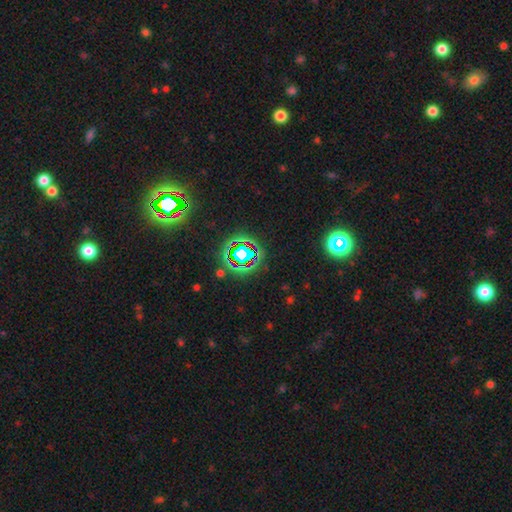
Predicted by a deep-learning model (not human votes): Smooth or featured: star or artifact — 75% (smooth — 16%)